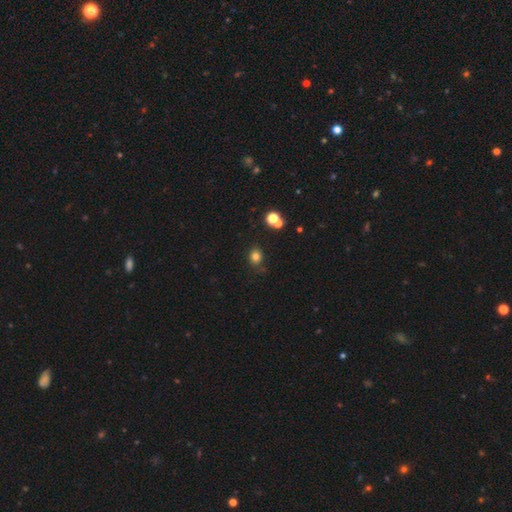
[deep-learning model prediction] Smooth or featured: smooth — 78% (star or artifact — 15%)
How rounded: round — 72% (in between — 27%)
Merging: none — 79% (minor disturbance — 12%)